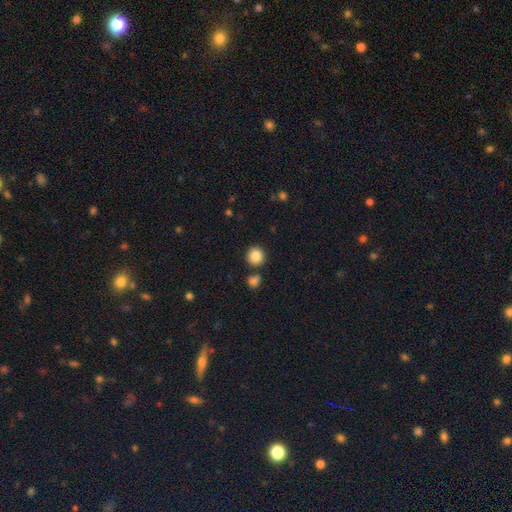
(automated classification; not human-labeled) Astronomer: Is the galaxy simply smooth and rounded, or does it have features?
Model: smooth — 85%.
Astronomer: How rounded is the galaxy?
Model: round — 92%.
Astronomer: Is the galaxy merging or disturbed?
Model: none — 83%.